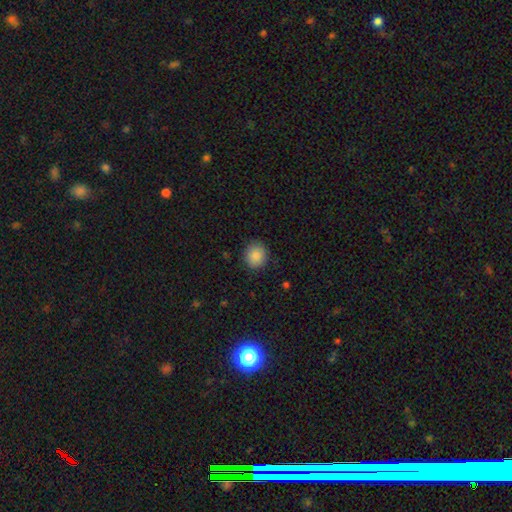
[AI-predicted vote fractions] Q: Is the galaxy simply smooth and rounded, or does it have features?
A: smooth — 88%.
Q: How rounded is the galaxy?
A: round — 81%.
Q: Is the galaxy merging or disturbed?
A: none — 88%.